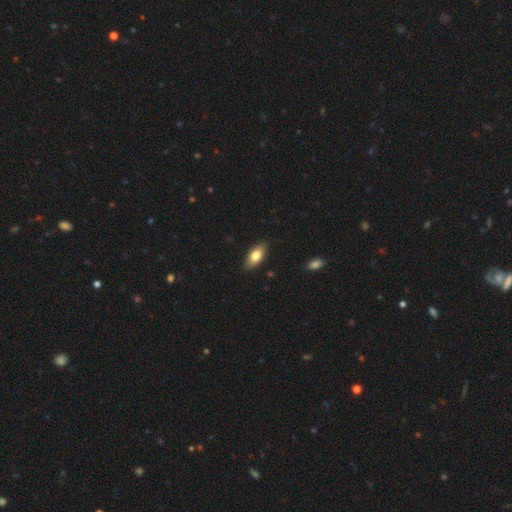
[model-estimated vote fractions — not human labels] The model was most divided on "smooth or featured": smooth: 76%, featured or disk: 18%, star or artifact: 6%. More confident: how rounded — in between (86%); merging — none (86%).